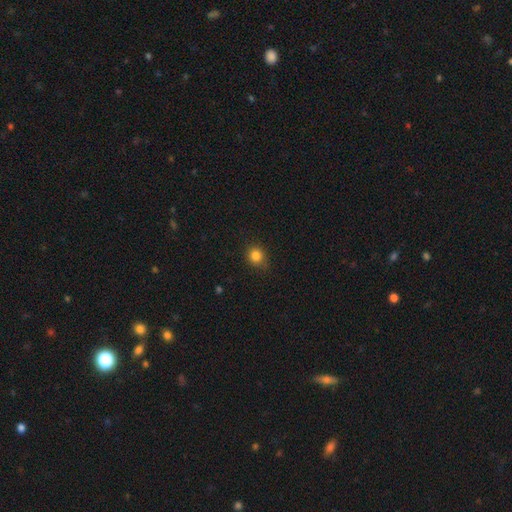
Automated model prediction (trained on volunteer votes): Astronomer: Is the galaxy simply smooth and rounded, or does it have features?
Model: smooth — 84%.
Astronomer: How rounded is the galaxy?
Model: round — 81%.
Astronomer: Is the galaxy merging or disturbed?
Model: none — 82%.